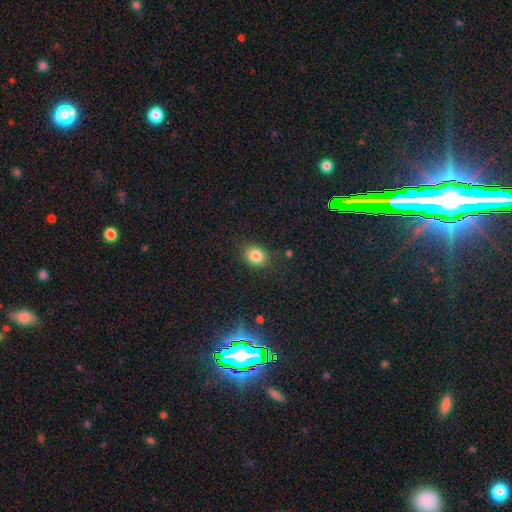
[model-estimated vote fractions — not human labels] Overall: smooth (83%). How rounded: round (54%; in between 45%). Merging: none (83%).